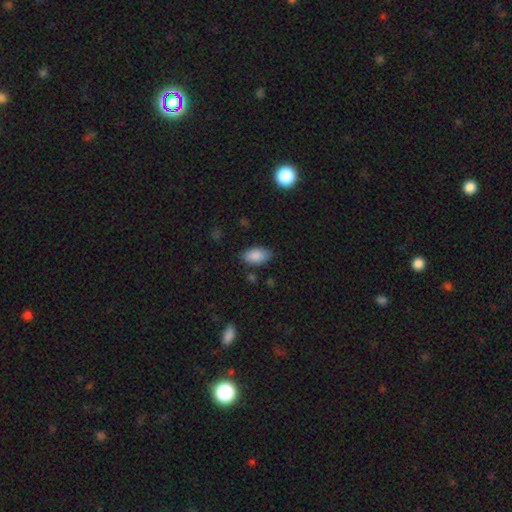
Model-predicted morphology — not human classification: Smooth or featured?
  - smooth: 88% *
  - star or artifact: 7%
  - featured or disk: 5%
How rounded?
  - in between: 94% *
  - round: 4%
  - cigar-shaped: 2%
Merging?
  - none: 82% *
  - minor disturbance: 13%
  - major disturbance: 3%
  - merger: 2%